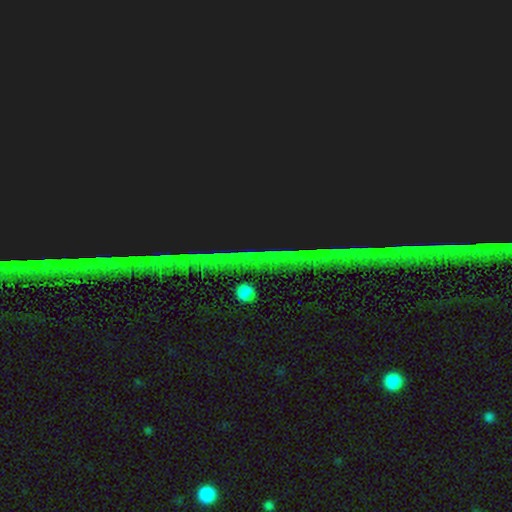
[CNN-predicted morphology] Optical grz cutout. It shows a star or artifact, not a galaxy (88%).